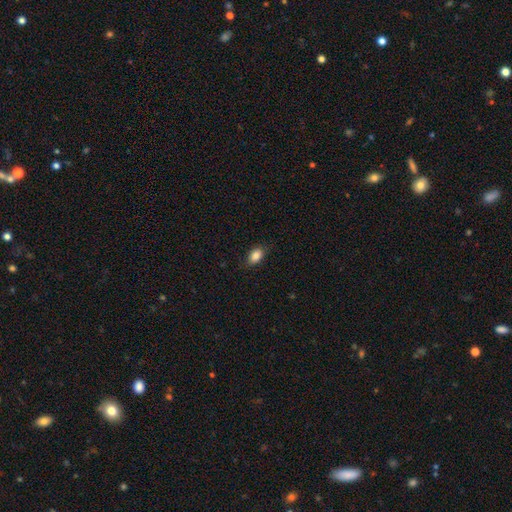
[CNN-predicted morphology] Smooth or featured: smooth — 87% (star or artifact — 8%)
How rounded: in between — 86% (round — 12%)
Merging: none — 85% (minor disturbance — 12%)